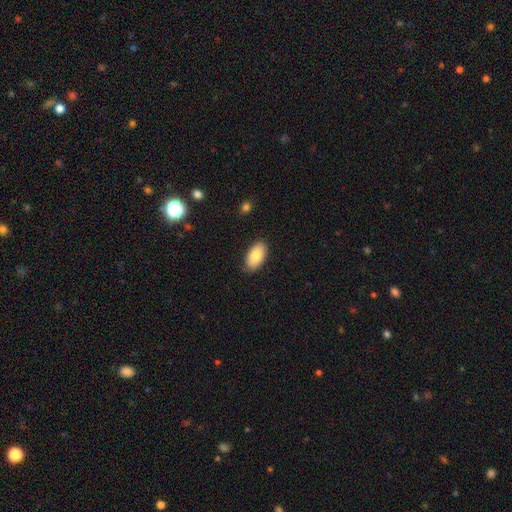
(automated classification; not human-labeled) smooth-or-featured: smooth: 83% | featured or disk: 10% | star or artifact: 6%
  how-rounded: in between: 94% | round: 3% | cigar-shaped: 3%
  merging: none: 86% | minor disturbance: 11% | major disturbance: 2% | merger: 1%